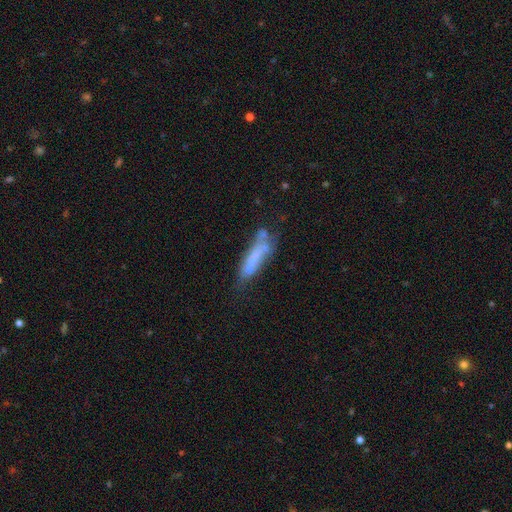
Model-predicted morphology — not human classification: The model was most divided on "merging": none: 36%, minor disturbance: 23%, merger: 21%, major disturbance: 20%. More confident: how rounded — cigar-shaped (66%); smooth or featured — smooth (51%).